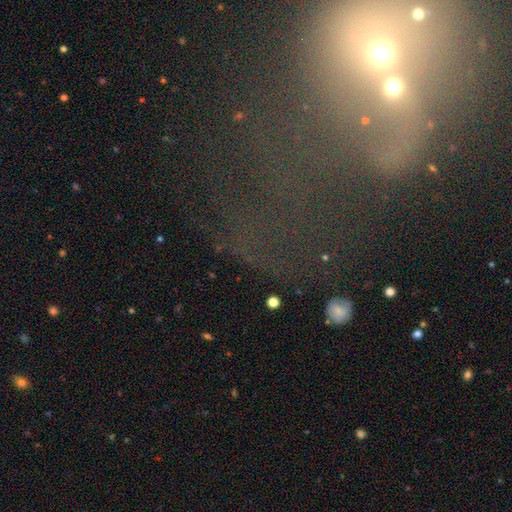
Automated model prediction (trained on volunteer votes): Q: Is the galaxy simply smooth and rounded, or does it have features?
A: star or artifact — 54%.